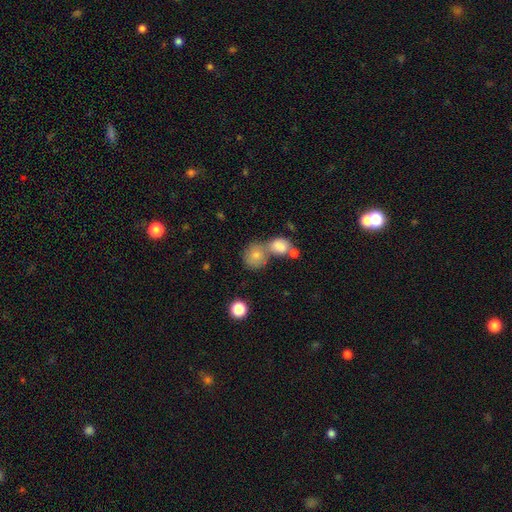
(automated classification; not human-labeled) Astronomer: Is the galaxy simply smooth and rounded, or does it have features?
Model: smooth — 78%.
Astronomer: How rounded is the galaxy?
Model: round — 79%.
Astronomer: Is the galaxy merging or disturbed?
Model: merger — 49% (runner-up: none, 38%).